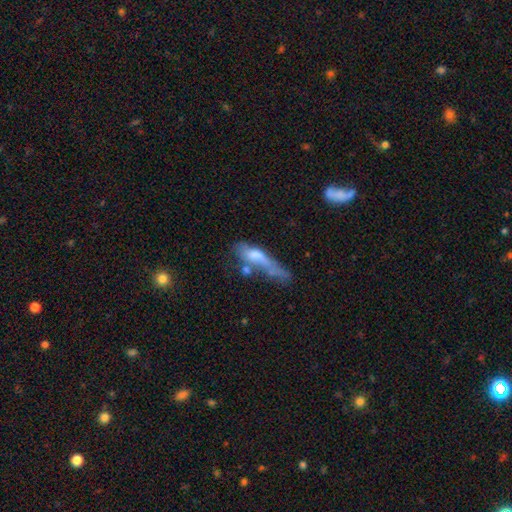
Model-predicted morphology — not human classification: This is possibly a smooth galaxy (53%). How rounded: likely cigar-shaped (66%). Merging: marginally major disturbance (36%).